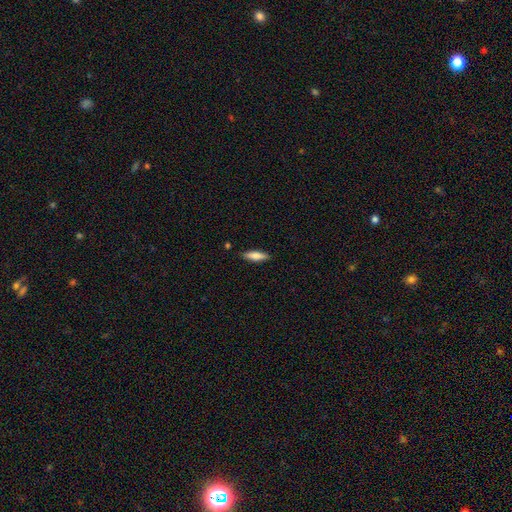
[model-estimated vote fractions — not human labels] A smooth galaxy with no disk features (76%) that is cigar-shaped (58%).

Vote fractions:
- Smooth or featured? smooth: 76% / featured or disk: 18% / star or artifact: 6%
- How rounded? cigar-shaped: 58% / in between: 40% / round: 2%
- Merging? none: 87% / minor disturbance: 10% / major disturbance: 2% / merger: 2%